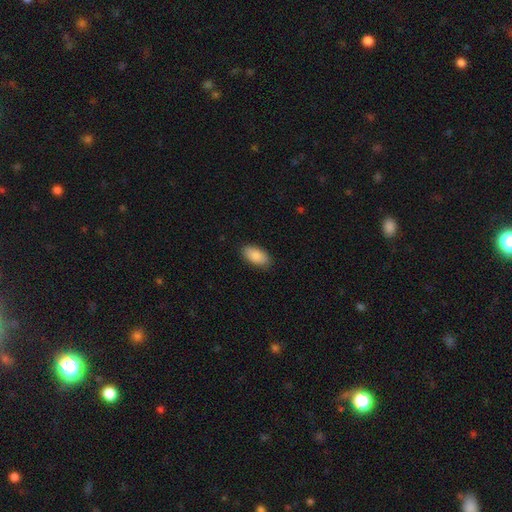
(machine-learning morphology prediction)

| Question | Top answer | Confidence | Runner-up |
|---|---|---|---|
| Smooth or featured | smooth | 87% | featured or disk (6%) |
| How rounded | in between | 93% | cigar-shaped (4%) |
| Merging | none | 87% | minor disturbance (10%) |